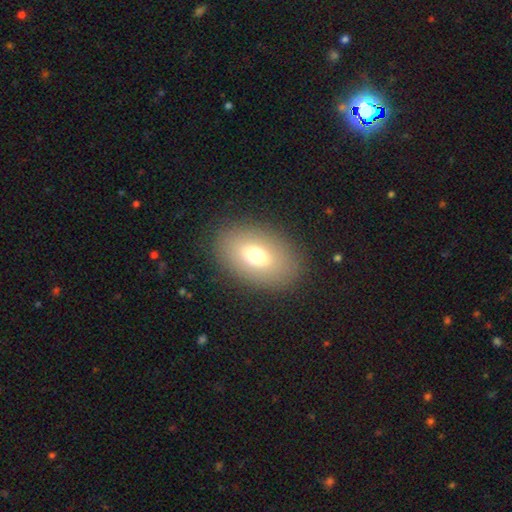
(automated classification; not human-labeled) smooth-or-featured: smooth: 68% | featured or disk: 20% | star or artifact: 12%
  how-rounded: in between: 82% | round: 17% | cigar-shaped: 1%
  merging: none: 87% | minor disturbance: 8% | major disturbance: 4% | merger: 1%